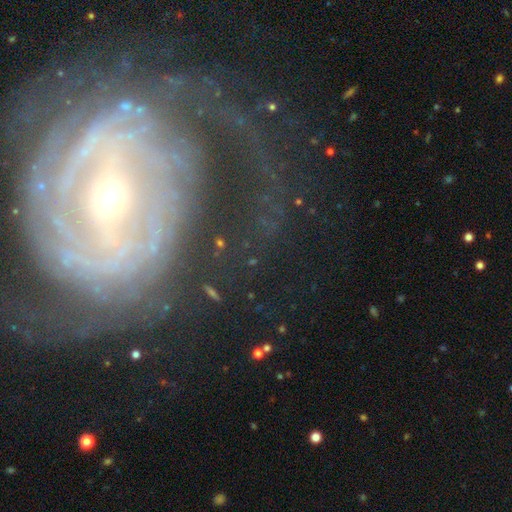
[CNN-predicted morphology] smooth_or_featured: featured or disk (p=0.84) [alt: star or artifact p=0.08]
disk_edge_on: no (p=0.96) [alt: yes p=0.04]
bar: strong (p=0.34) [alt: no p=0.33]
has_spiral_arms: yes (p=0.90) [alt: no p=0.10]
spiral_winding: tight (p=0.60) [alt: medium p=0.28]
spiral_arm_count: can't tell (p=0.35) [alt: 2 p=0.26]
bulge_size: small (p=0.82) [alt: moderate p=0.13]
merging: none (p=0.60) [alt: major disturbance p=0.22]